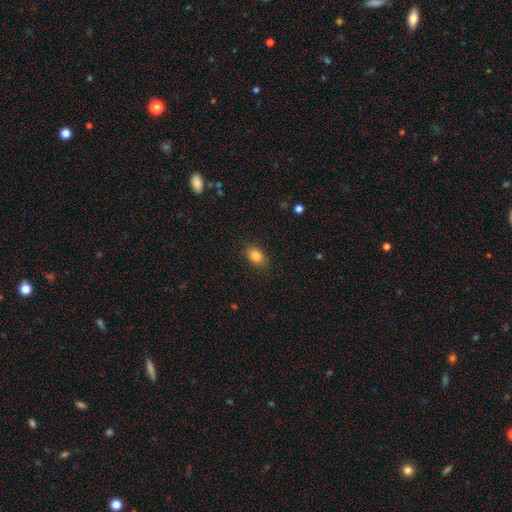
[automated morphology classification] Smooth or featured? smooth (86%)
How rounded? in between (78%)
Merging? none (85%)